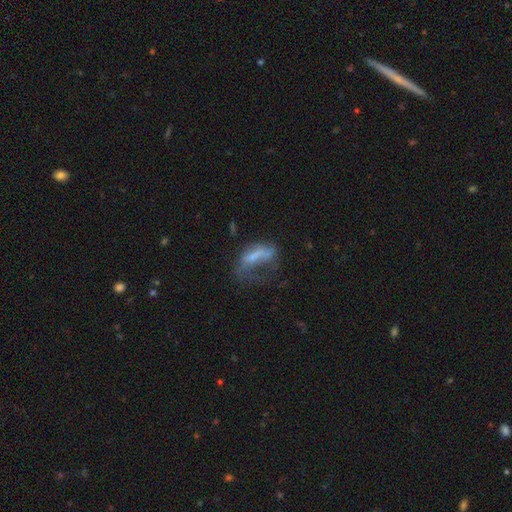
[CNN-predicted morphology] Overall: featured or disk (43%, tied with smooth). Merging: major disturbance (54%; none 21%).